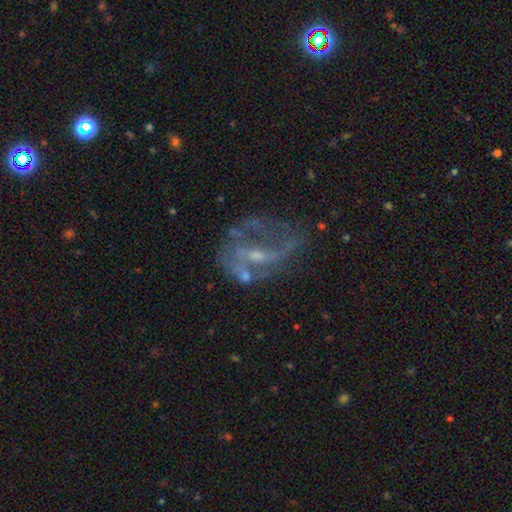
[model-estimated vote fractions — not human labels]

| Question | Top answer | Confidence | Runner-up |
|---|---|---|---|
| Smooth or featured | featured or disk | 74% | smooth (14%) |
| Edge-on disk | no | 96% | yes (4%) |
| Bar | weak | 44% | no (38%) |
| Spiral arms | yes | 61% | no (39%) |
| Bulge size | small | 57% | moderate (25%) |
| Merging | none | 42% | major disturbance (30%) |